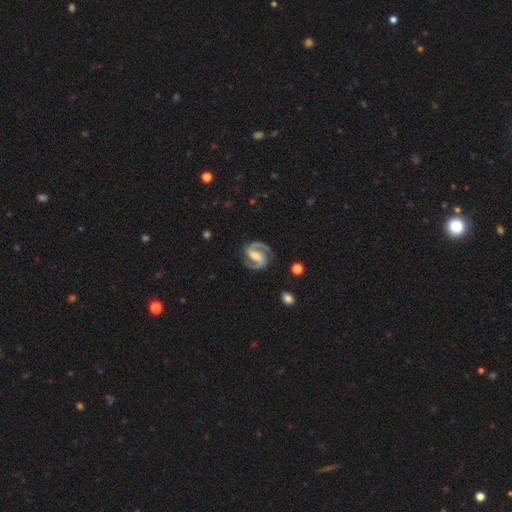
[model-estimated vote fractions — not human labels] Q: Smooth or featured?
A: featured or disk (93%); runner-up: star or artifact (4%)
Q: Edge-on disk?
A: no (98%); runner-up: yes (2%)
Q: Bar?
A: strong (44%); runner-up: weak (39%)
Q: Spiral arms?
A: yes (99%); runner-up: no (1%)
Q: Spiral winding?
A: medium (62%); runner-up: tight (26%)
Q: Spiral arm count?
A: 2 (94%); runner-up: can't tell (1%)
Q: Bulge size?
A: moderate (46%); runner-up: small (42%)
Q: Merging?
A: none (85%); runner-up: minor disturbance (11%)